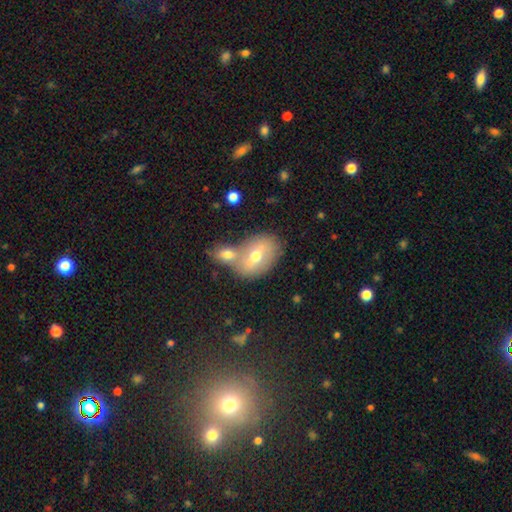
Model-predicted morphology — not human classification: Q: Smooth or featured?
A: smooth (54%); runner-up: featured or disk (38%)
Q: How rounded?
A: in between (76%); runner-up: round (23%)
Q: Merging?
A: merger (46%); runner-up: none (40%)